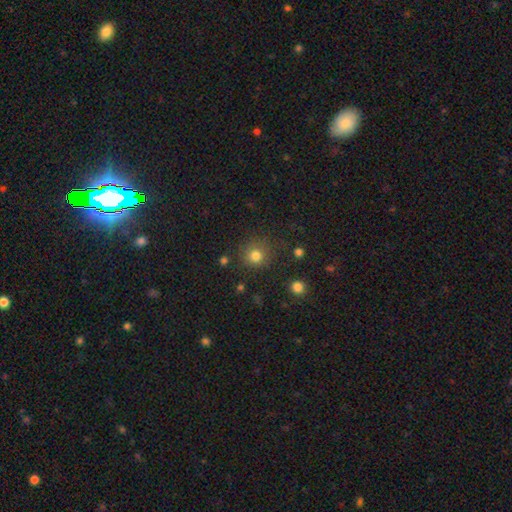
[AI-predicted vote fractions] A smooth galaxy with no disk features (79%) that is round (92%). Merging: none (84%).